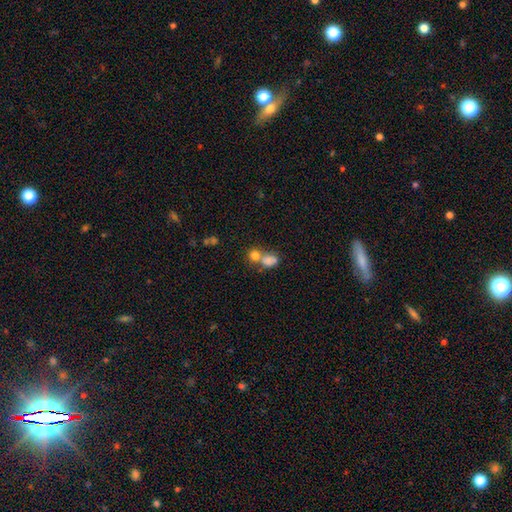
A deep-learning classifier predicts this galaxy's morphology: The model was most divided on "merging": merger: 52%, none: 35%, minor disturbance: 8%, major disturbance: 5%. More confident: smooth or featured — smooth (77%); how rounded — round (71%).